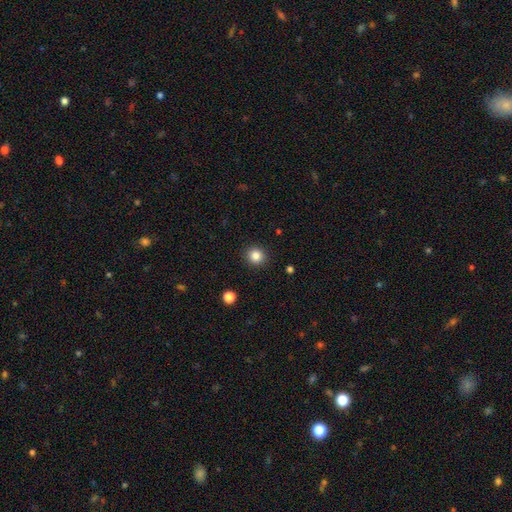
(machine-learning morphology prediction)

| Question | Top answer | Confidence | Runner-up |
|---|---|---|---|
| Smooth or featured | smooth | 84% | star or artifact (11%) |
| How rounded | round | 91% | in between (8%) |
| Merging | none | 92% | minor disturbance (5%) |